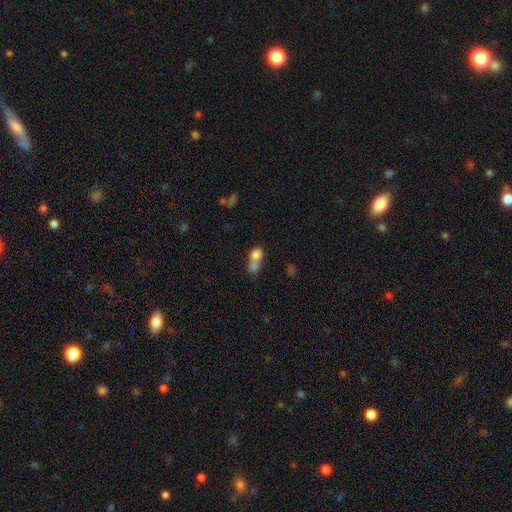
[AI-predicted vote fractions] This is likely a smooth galaxy (74%). How rounded: possibly in between (54%). Merging: likely merger (68%).